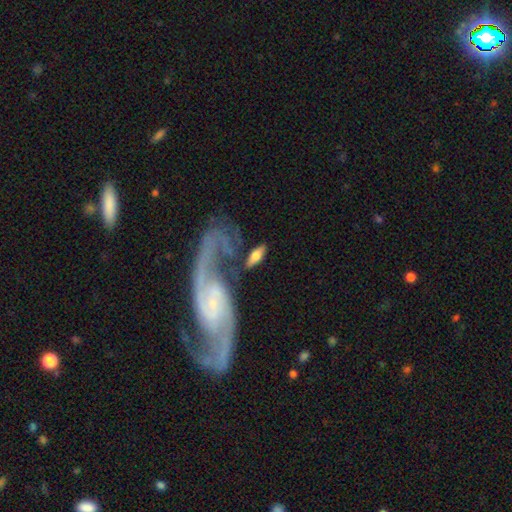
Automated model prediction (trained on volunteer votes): A smooth galaxy with no disk features (56%) that is in between round and cigar-shaped (75%). Merging: none (58%).